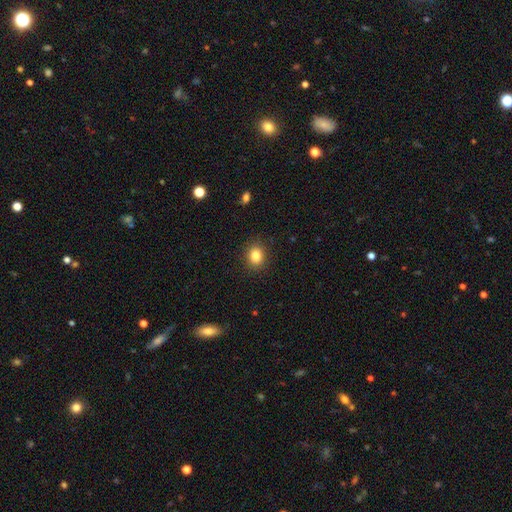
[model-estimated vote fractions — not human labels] This appears to be a smooth galaxy with no disk features (84%) that is round (63%). Merging: none (89%).